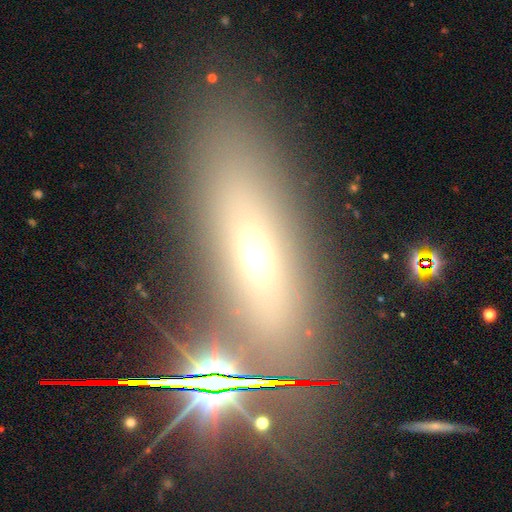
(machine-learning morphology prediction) Smooth or featured? Predicted: smooth (p=0.56). How rounded? Predicted: in between (p=0.68). Merging? Predicted: none (p=0.68).